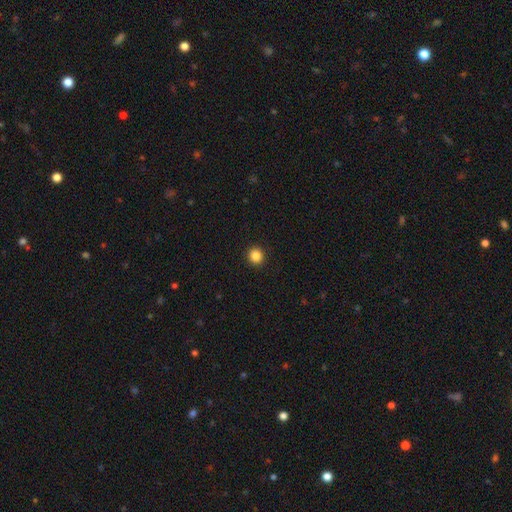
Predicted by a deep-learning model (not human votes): A smooth galaxy with no disk features (86%) that is round (92%). Merging: none (93%).